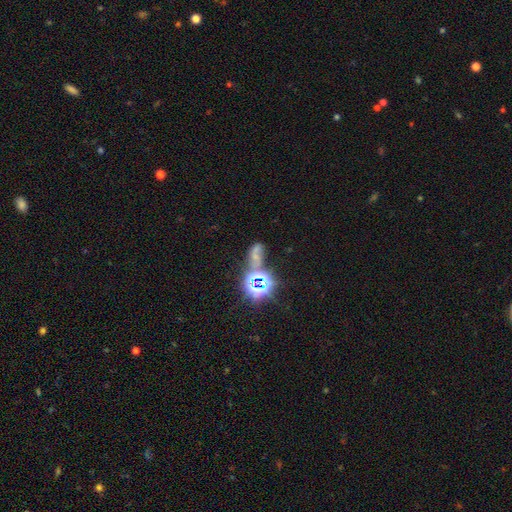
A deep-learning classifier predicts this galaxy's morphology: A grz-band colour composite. It shows a star or artifact, not a galaxy (48%).